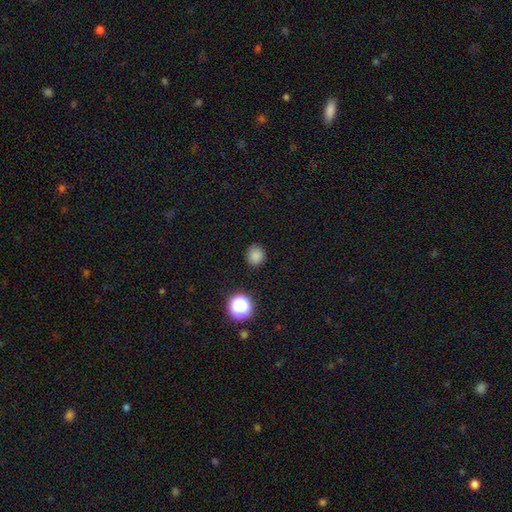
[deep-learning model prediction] Overall: smooth (83%). How rounded: round (81%). Merging: none (88%).